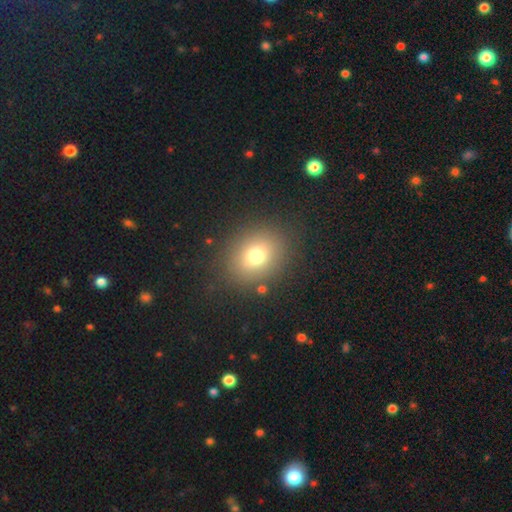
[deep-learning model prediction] Morphology: type=smooth (73%); roundness=round (56%); merging=none (83%).